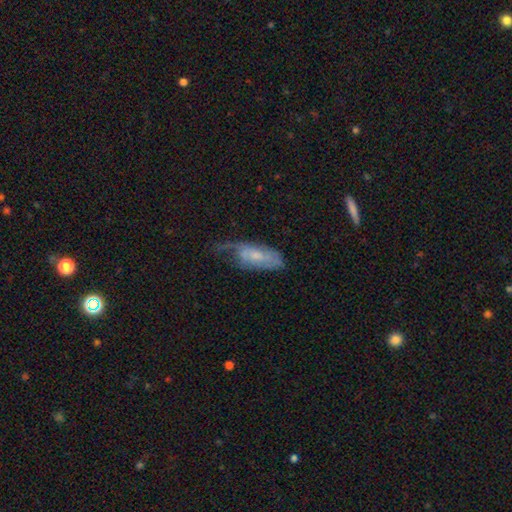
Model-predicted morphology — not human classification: Smooth or featured?
  - featured or disk: 55% *
  - smooth: 38%
  - star or artifact: 7%
Edge-on disk?
  - no: 88% *
  - yes: 12%
Merging?
  - minor disturbance: 34% *
  - none: 33%
  - major disturbance: 30%
  - merger: 3%